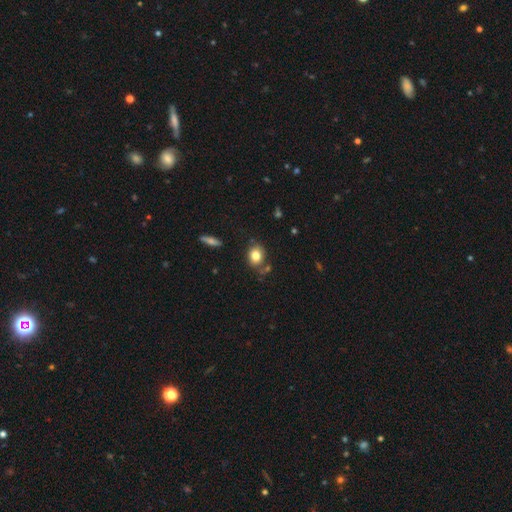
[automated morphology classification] Q: Smooth or featured?
A: smooth (80%); runner-up: star or artifact (10%)
Q: How rounded?
A: in between (54%); runner-up: round (44%)
Q: Merging?
A: none (76%); runner-up: minor disturbance (13%)